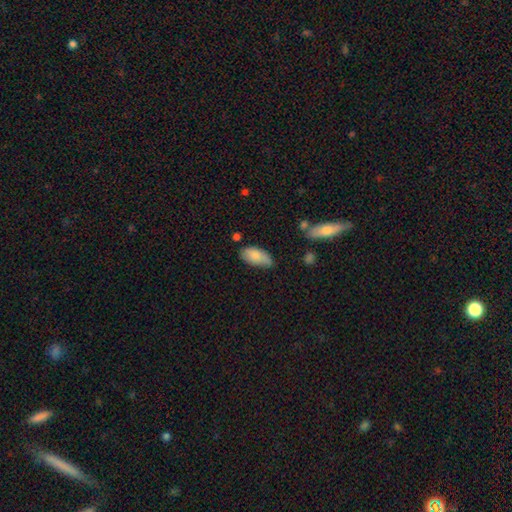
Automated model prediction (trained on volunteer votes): The model was most divided on "merging": none: 60%, minor disturbance: 31%, major disturbance: 6%, merger: 3%. More confident: how rounded — in between (91%); smooth or featured — smooth (83%).